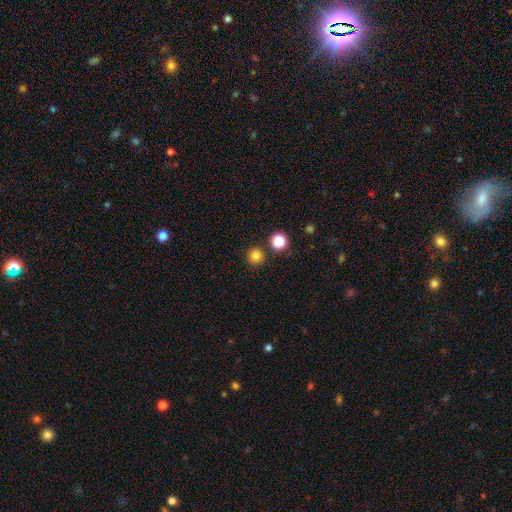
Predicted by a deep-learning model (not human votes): A smooth galaxy with no disk features (82%) that is round (95%).

Vote fractions:
- Smooth or featured? smooth: 82% / star or artifact: 14% / featured or disk: 4%
- How rounded? round: 95% / in between: 4% / cigar-shaped: 1%
- Merging? none: 87% / minor disturbance: 6% / merger: 6% / major disturbance: 2%